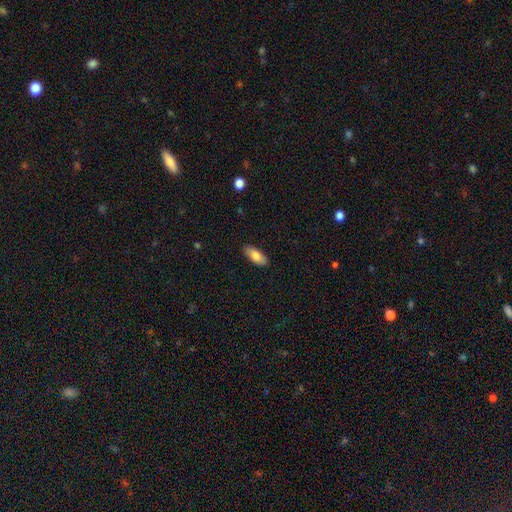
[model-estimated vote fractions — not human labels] A smooth galaxy with no disk features (83%) that is in between round and cigar-shaped (83%). Merging: none (88%).